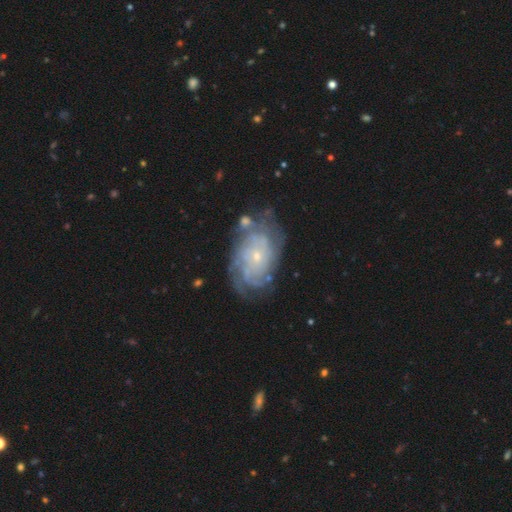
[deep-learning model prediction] Smooth or featured? featured or disk (82%)
Edge-on disk? no (96%)
Bar? no (79%)
Spiral arms? yes (93%)
Spiral winding? tight (73%)
Spiral arm count? can't tell (42%)
Bulge size? small (80%)
Merging? none (68%)